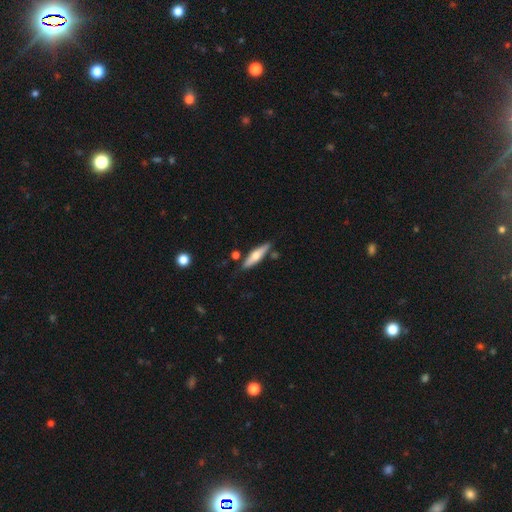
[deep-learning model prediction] The model was most divided on "smooth or featured": smooth: 49%, featured or disk: 45%, star or artifact: 6%. More confident: merging — none (78%).